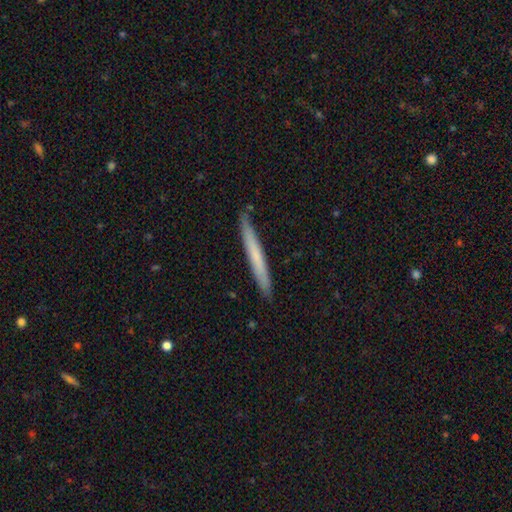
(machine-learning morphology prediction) smooth_or_featured: smooth (p=0.60) [alt: featured or disk p=0.35]
how_rounded: cigar-shaped (p=0.97) [alt: in between p=0.02]
merging: none (p=0.88) [alt: minor disturbance p=0.09]